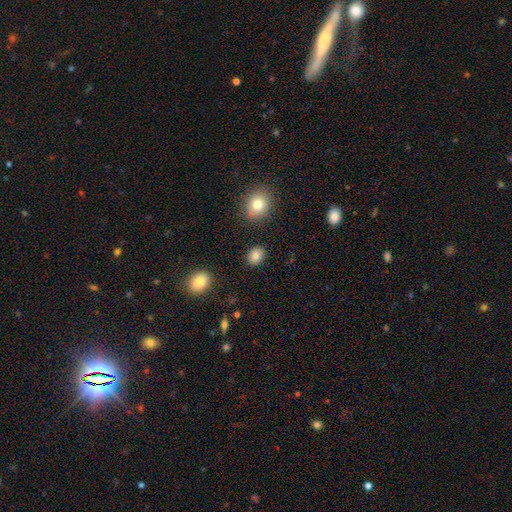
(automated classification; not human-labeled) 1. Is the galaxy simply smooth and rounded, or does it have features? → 83% smooth, 10% star or artifact, 7% featured or disk.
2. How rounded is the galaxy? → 53% round, 46% in between, 1% cigar-shaped.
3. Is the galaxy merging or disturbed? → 88% none, 8% minor disturbance, 2% major disturbance, 2% merger.